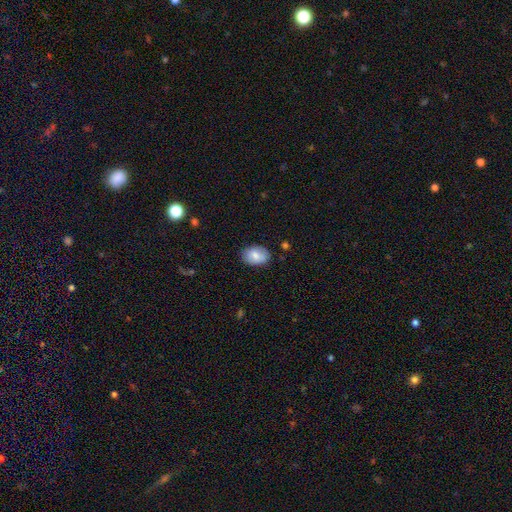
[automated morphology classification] Smooth or featured? Predicted: smooth (p=0.82). How rounded? Predicted: in between (p=0.83). Merging? Predicted: none (p=0.81).